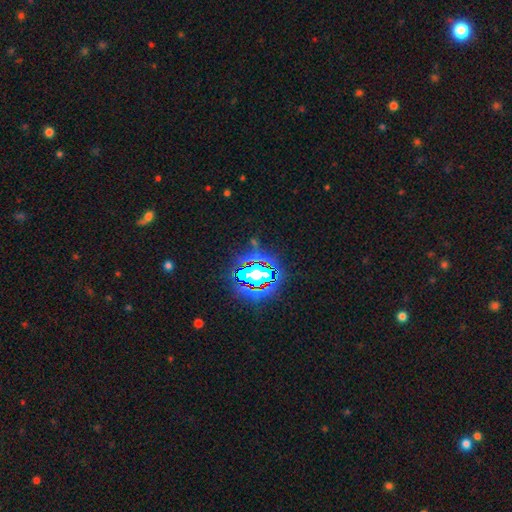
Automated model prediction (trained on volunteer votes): smooth-or-featured: star or artifact: 82% | smooth: 10% | featured or disk: 8%